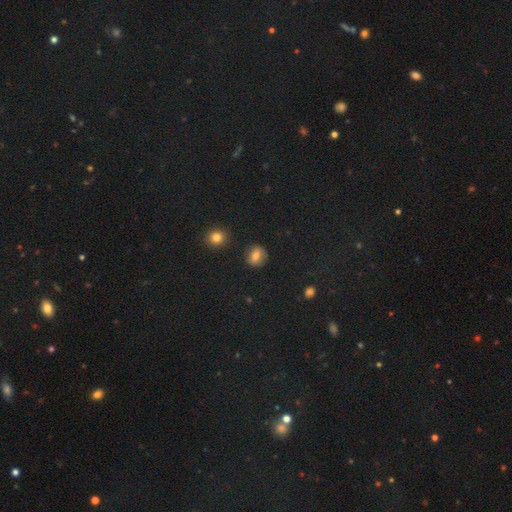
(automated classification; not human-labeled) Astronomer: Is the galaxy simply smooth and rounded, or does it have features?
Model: smooth — 75%.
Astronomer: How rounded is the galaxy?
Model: round — 72%.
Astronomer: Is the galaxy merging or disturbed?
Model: none — 86%.